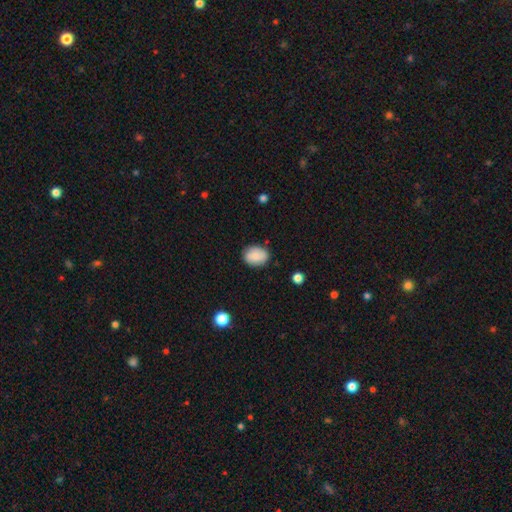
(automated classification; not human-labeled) Morphology: type=smooth (83%); roundness=in between (63%); merging=none (83%).